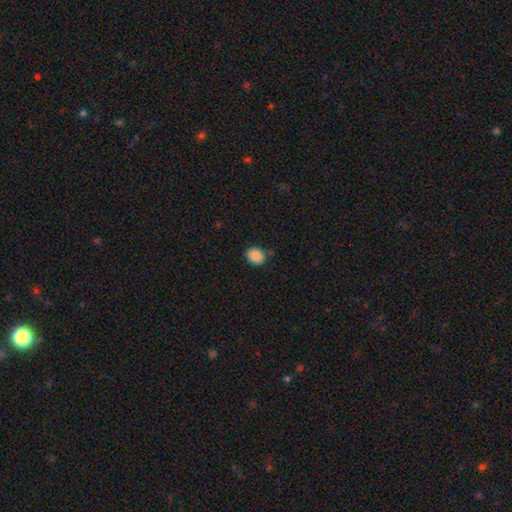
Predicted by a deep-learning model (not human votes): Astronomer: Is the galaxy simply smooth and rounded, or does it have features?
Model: smooth — 88%.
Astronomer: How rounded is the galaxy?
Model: round — 55% (runner-up: in between, 44%).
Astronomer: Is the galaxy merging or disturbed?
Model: none — 82%.